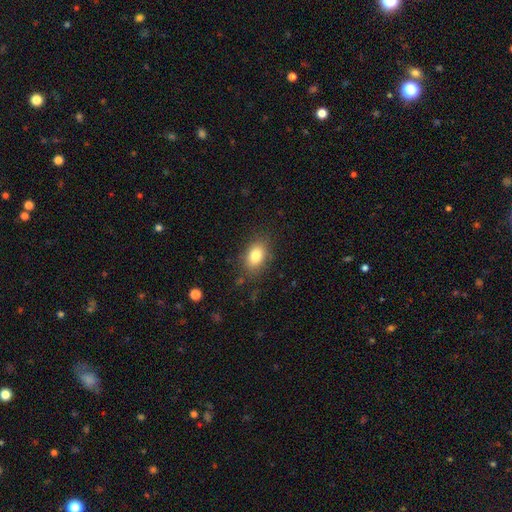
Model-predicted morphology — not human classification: A smooth galaxy with no disk features (82%) that is in between round and cigar-shaped (80%). Merging: none (81%).